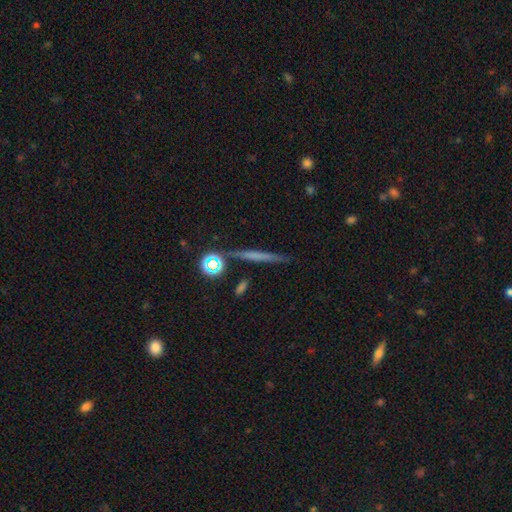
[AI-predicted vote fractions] smooth 46%, featured or disk 41%, star or artifact 13%. Down the decision tree: merging — none (84%).